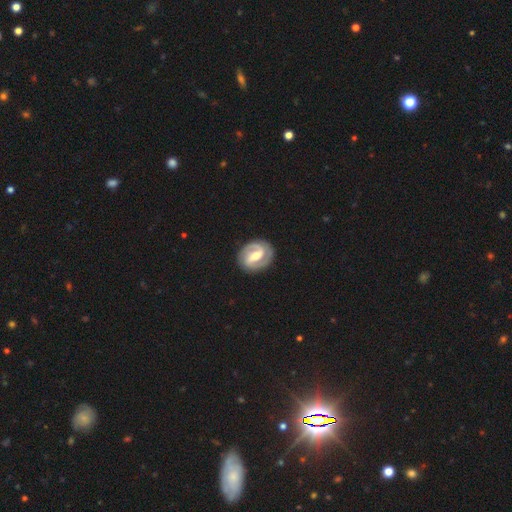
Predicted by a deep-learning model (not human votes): The model was most divided on "spiral winding": tight: 50%, medium: 38%, loose: 11%. More confident: edge-on disk — no (97%); spiral arms — yes (89%); spiral arm count — 2 (87%); merging — none (86%); smooth or featured — featured or disk (83%); bulge size — moderate (67%); bar — strong (54%).